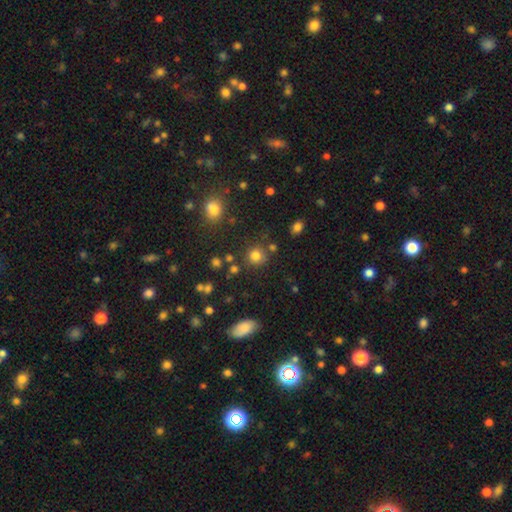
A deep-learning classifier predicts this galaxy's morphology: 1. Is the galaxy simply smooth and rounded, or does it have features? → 78% smooth, 16% star or artifact, 7% featured or disk.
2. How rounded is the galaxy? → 89% round, 10% in between, 1% cigar-shaped.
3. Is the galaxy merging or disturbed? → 77% none, 11% minor disturbance, 8% merger, 4% major disturbance.